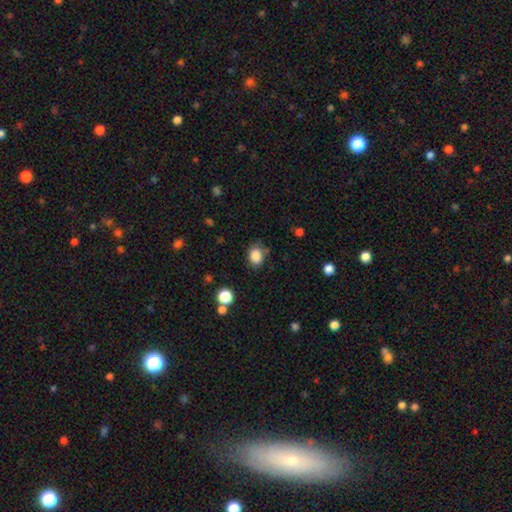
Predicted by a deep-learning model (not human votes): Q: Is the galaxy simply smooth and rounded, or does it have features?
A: smooth — 86%.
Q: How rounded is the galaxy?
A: in between — 56%.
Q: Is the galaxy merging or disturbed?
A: none — 72%.